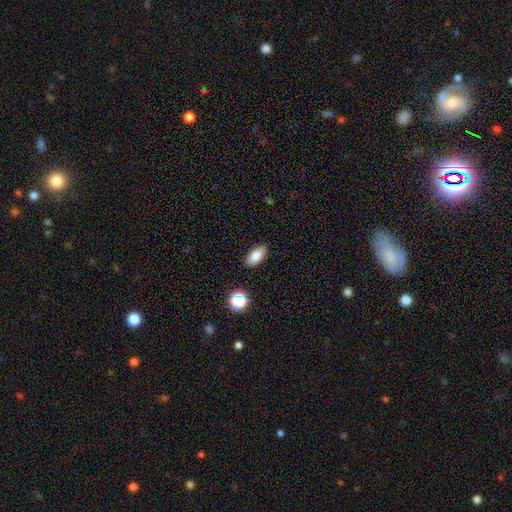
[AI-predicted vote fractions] Morphology: type=smooth (84%); roundness=in between (91%); merging=none (86%).